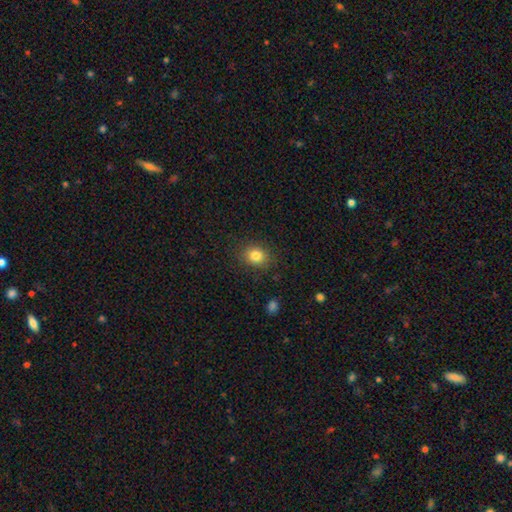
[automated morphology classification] The model was most divided on "how rounded": round: 67%, in between: 32%, cigar-shaped: 1%. More confident: merging — none (87%); smooth or featured — smooth (83%).